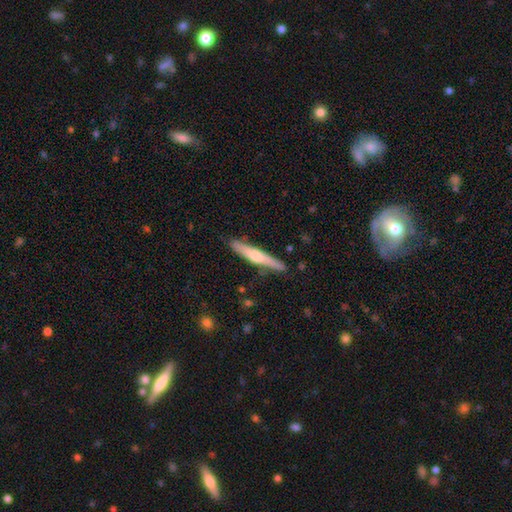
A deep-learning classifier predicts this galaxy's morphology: featured or disk 51%, smooth 43%, star or artifact 5%. Down the decision tree: edge-on disk — yes (95%); merging — none (85%).